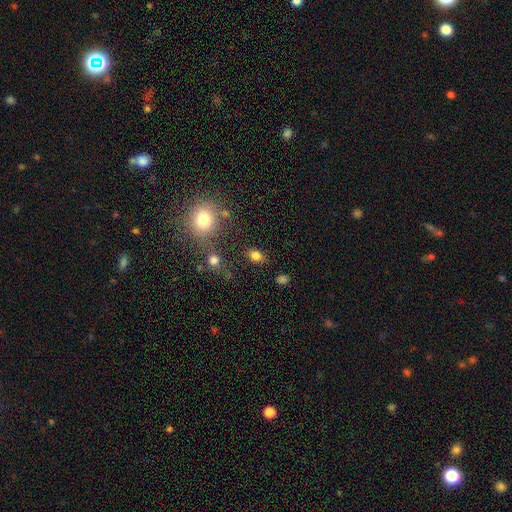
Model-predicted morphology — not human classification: A smooth galaxy with no disk features (82%) that is in between round and cigar-shaped (74%). Merging: none (79%).